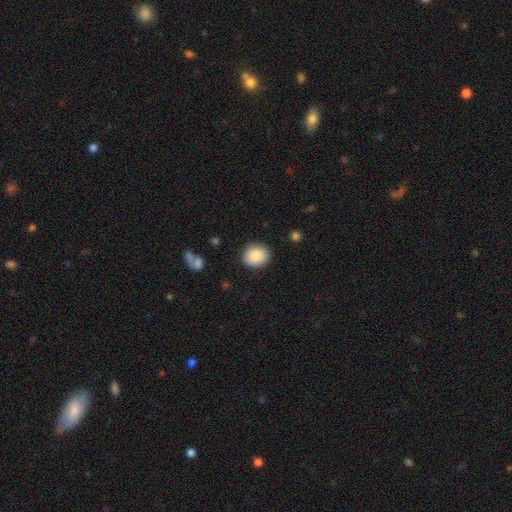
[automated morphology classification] Smooth or featured? smooth (87%)
How rounded? round (75%)
Merging? none (88%)